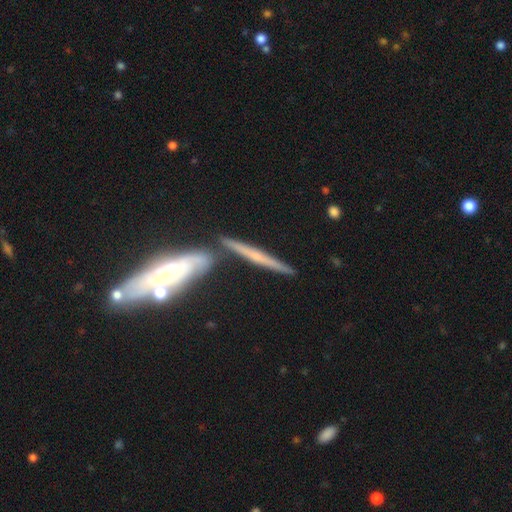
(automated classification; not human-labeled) Overall: featured or disk (59%; smooth 34%). Edge-on disk: yes (93%). Edge-on bulge: none (50%; rounded 38%). Merging: none (70%).